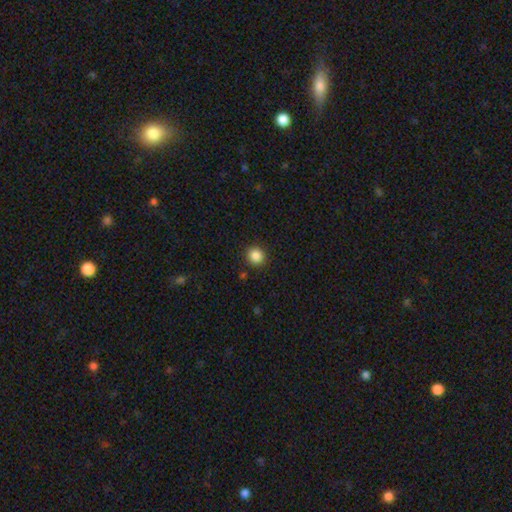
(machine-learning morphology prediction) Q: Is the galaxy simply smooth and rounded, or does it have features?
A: smooth — 86%.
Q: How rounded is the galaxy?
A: round — 91%.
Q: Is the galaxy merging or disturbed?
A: none — 91%.